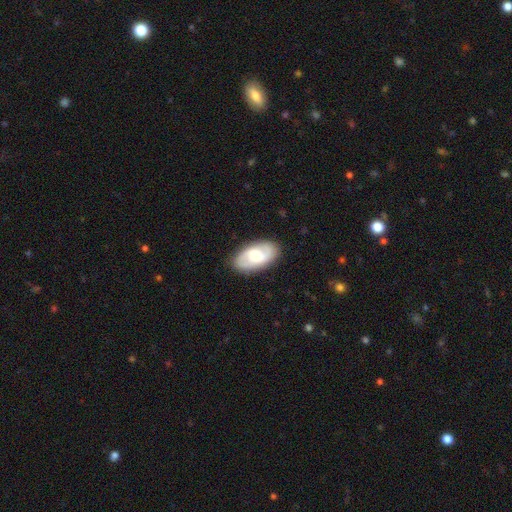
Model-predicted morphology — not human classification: The model was most divided on "bar": weak: 46%, no: 40%, strong: 14%. More confident: edge-on disk — no (94%); merging — none (86%); spiral arms — yes (80%); bulge size — moderate (57%); smooth or featured — featured or disk (56%).